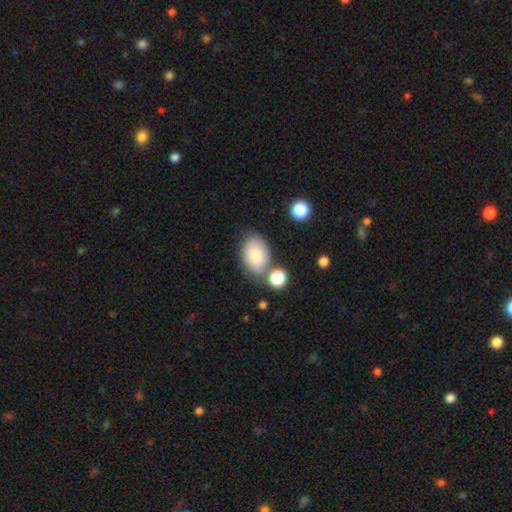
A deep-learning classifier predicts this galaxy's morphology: smooth 82%, featured or disk 11%, star or artifact 8%. Down the decision tree: how rounded — in between (87%); merging — none (68%).